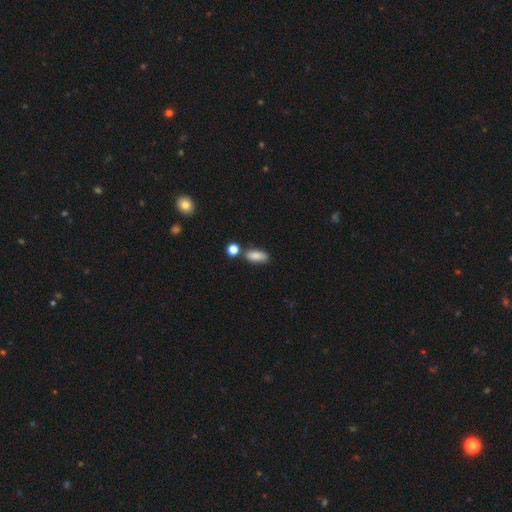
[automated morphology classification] A smooth galaxy with no disk features (85%) that is in between round and cigar-shaped (82%). Merging: none (70%).